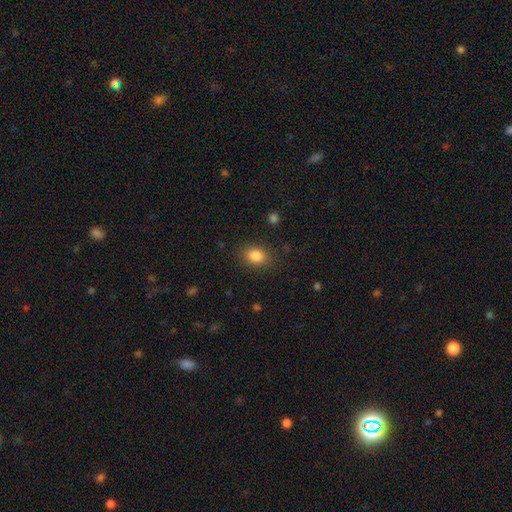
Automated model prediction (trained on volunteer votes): A smooth galaxy with no disk features (85%) that is in between round and cigar-shaped (55%).

Vote fractions:
- Smooth or featured? smooth: 85% / star or artifact: 10% / featured or disk: 5%
- How rounded? in between: 55% / round: 44% / cigar-shaped: 1%
- Merging? none: 84% / minor disturbance: 11% / major disturbance: 4% / merger: 1%